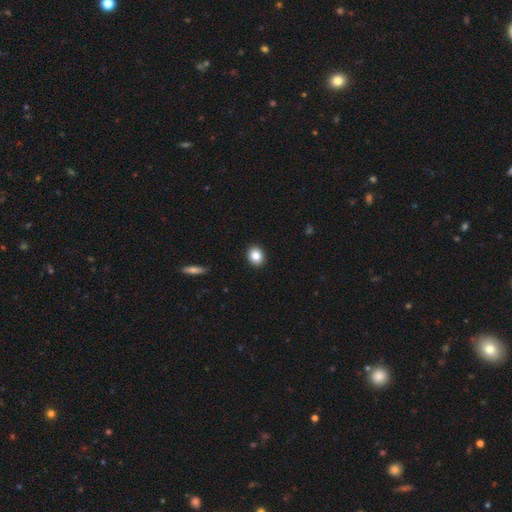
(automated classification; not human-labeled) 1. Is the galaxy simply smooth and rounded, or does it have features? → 84% smooth, 9% star or artifact, 7% featured or disk.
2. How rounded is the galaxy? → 61% round, 38% in between, 1% cigar-shaped.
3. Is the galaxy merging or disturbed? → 92% none, 6% minor disturbance, 2% major disturbance, 1% merger.